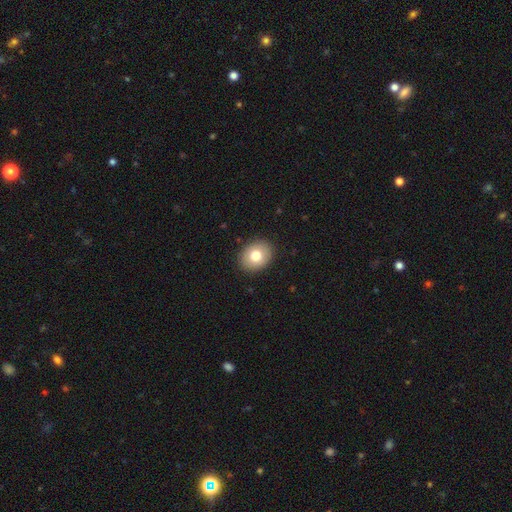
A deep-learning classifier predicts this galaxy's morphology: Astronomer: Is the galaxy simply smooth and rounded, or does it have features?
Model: smooth — 77%.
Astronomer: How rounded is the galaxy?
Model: in between — 51% (runner-up: round, 48%).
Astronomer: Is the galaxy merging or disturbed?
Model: none — 90%.